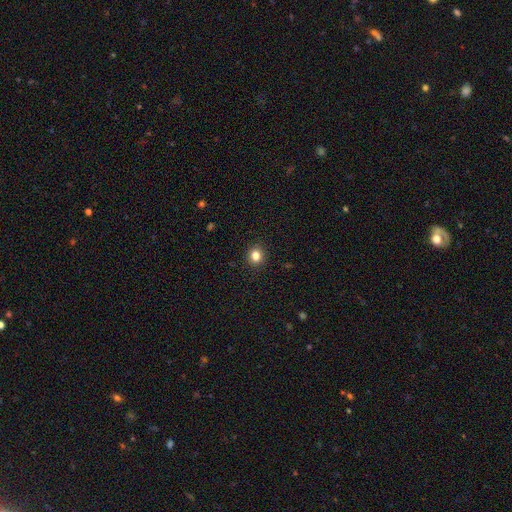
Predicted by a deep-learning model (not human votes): The model was most divided on "how rounded": round: 73%, in between: 26%, cigar-shaped: 1%. More confident: merging — none (91%); smooth or featured — smooth (83%).